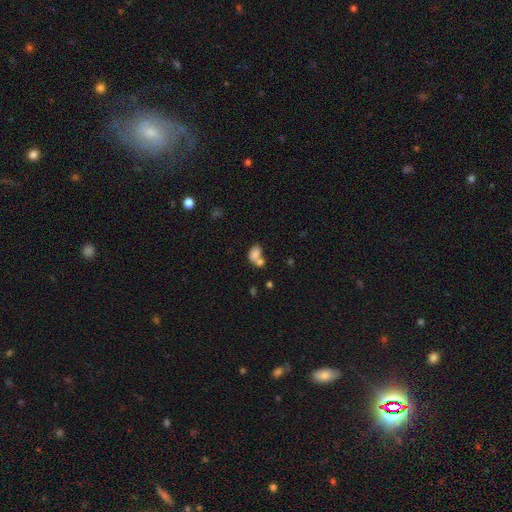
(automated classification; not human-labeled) Smooth or featured? smooth (79%)
How rounded? in between (80%)
Merging? merger (56%)